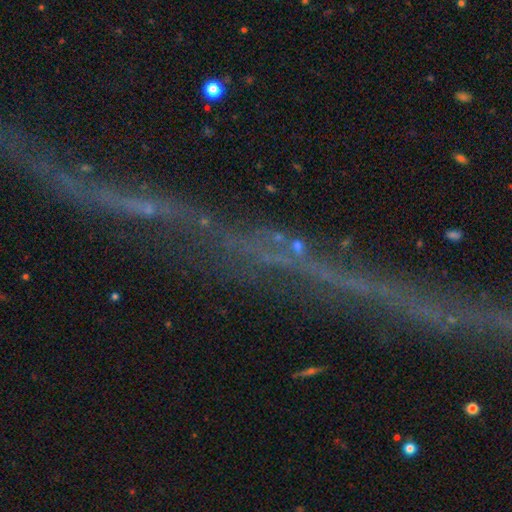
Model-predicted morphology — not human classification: A star or artifact, not a galaxy (52%).

Vote fractions:
- Smooth or featured? star or artifact: 52% / featured or disk: 32% / smooth: 16%